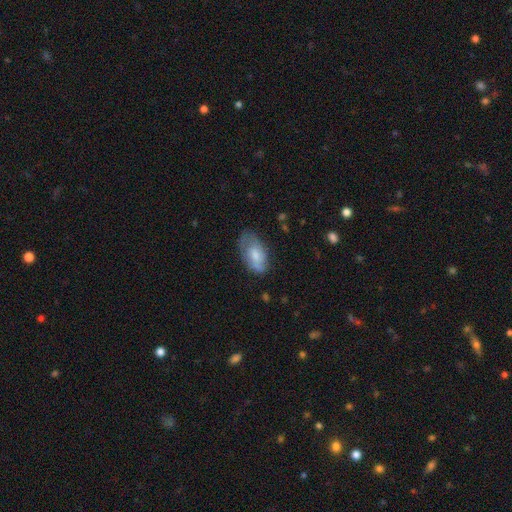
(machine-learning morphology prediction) type=smooth (56%); roundness=in between (93%); merging=none (58%).